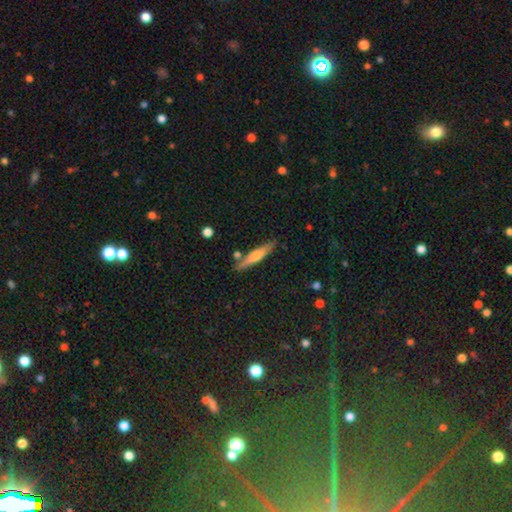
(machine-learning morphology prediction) Overall: smooth (50%; featured or disk 44%). Merging: none (82%).